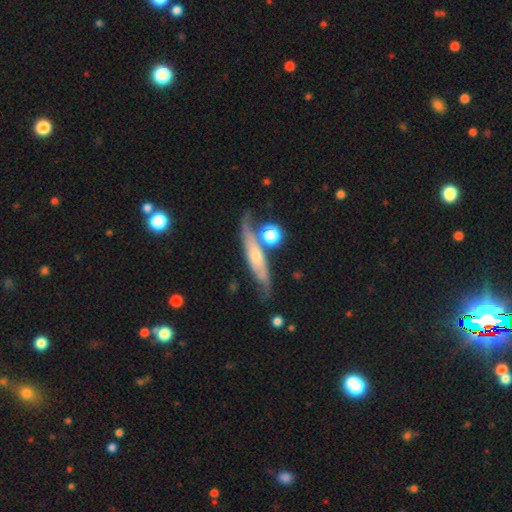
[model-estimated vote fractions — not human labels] smooth_or_featured: featured or disk (p=0.63) [alt: smooth p=0.29]
disk_edge_on: yes (p=0.57) [alt: no p=0.43]
merging: none (p=0.61) [alt: minor disturbance p=0.21]